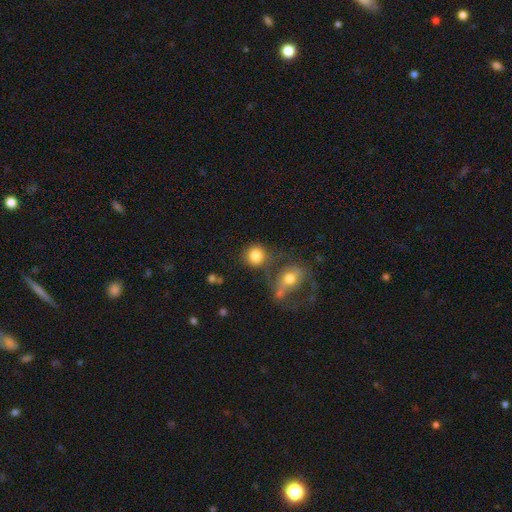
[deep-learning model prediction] smooth-or-featured: smooth: 81% | star or artifact: 10% | featured or disk: 9%
  how-rounded: round: 87% | in between: 12% | cigar-shaped: 1%
  merging: none: 58% | merger: 23% | minor disturbance: 12% | major disturbance: 7%